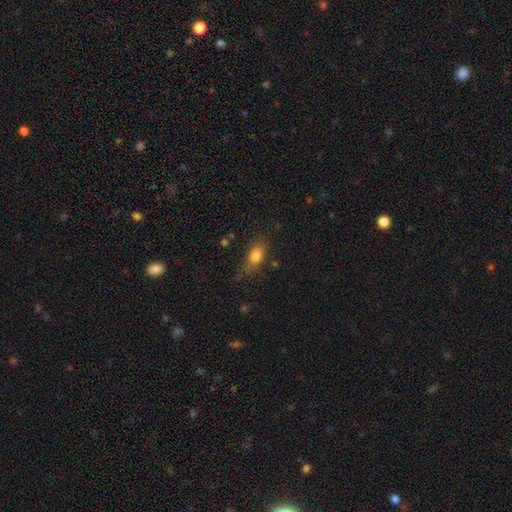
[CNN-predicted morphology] smooth_or_featured: smooth (p=0.81) [alt: featured or disk p=0.10]
how_rounded: in between (p=0.81) [alt: round p=0.10]
merging: none (p=0.64) [alt: minor disturbance p=0.24]